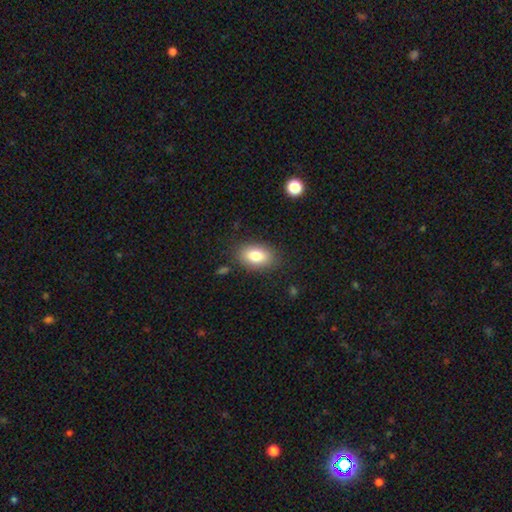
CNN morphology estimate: Smooth or featured?
  - smooth: 81% *
  - featured or disk: 11%
  - star or artifact: 8%
How rounded?
  - in between: 88% *
  - round: 10%
  - cigar-shaped: 1%
Merging?
  - none: 84% *
  - minor disturbance: 11%
  - major disturbance: 3%
  - merger: 2%